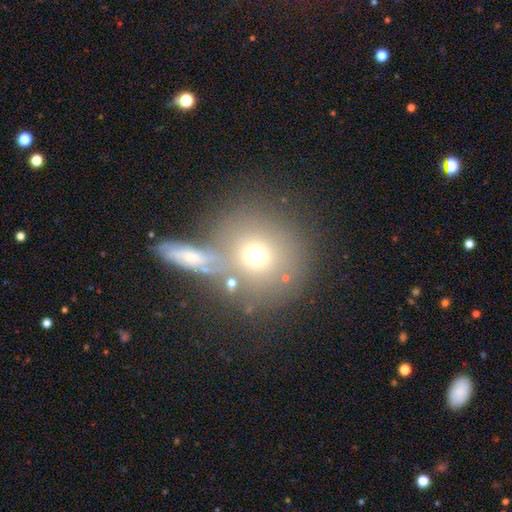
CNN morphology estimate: smooth 68%, featured or disk 19%, star or artifact 13%. Down the decision tree: how rounded — round (88%); merging — none (57%).